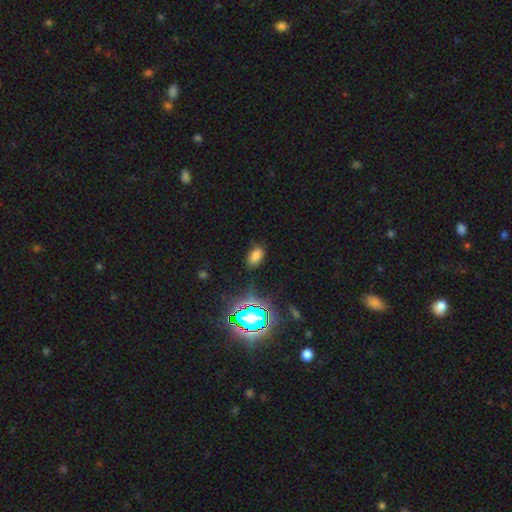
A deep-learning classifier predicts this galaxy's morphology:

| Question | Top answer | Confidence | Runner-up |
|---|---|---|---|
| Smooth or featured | smooth | 69% | star or artifact (24%) |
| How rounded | in between | 90% | round (8%) |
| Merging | none | 82% | minor disturbance (12%) |